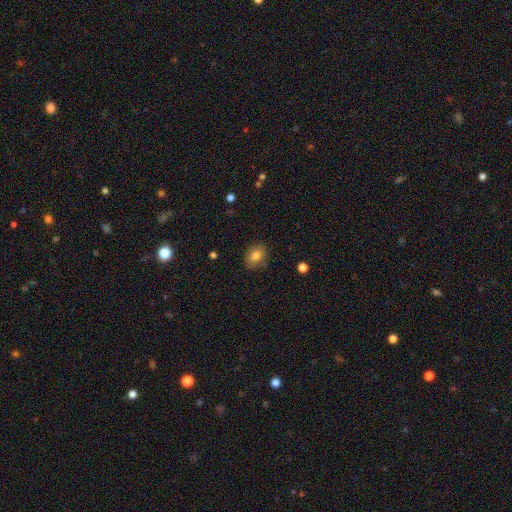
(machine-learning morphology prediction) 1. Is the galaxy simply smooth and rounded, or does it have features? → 80% smooth, 10% featured or disk, 10% star or artifact.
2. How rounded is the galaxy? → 66% in between, 32% round, 1% cigar-shaped.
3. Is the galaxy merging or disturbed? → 83% none, 13% minor disturbance, 3% major disturbance, 1% merger.